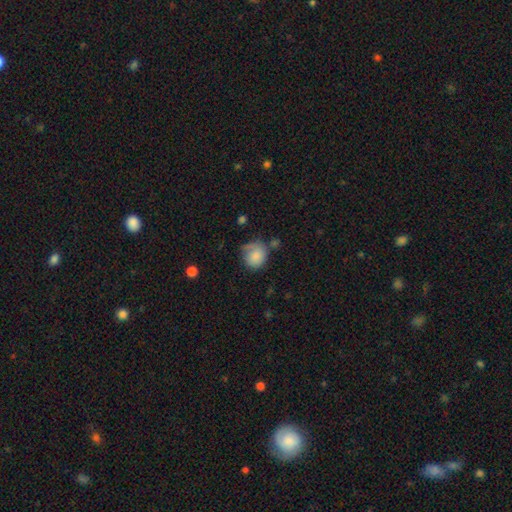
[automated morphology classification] A smooth galaxy with no disk features (76%) that is round (75%).

Vote fractions:
- Smooth or featured? smooth: 76% / featured or disk: 16% / star or artifact: 8%
- How rounded? round: 75% / in between: 24% / cigar-shaped: 1%
- Merging? none: 46% / minor disturbance: 30% / major disturbance: 18% / merger: 6%